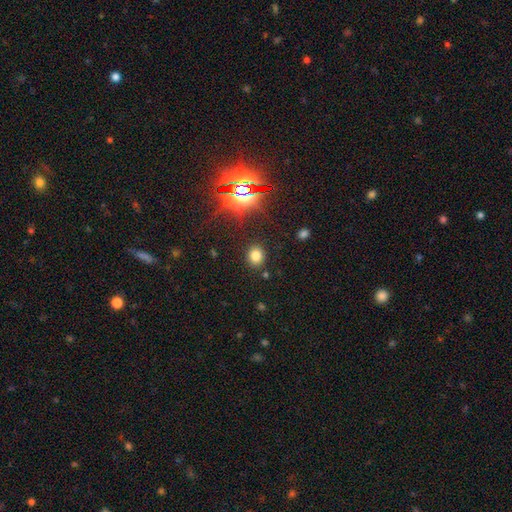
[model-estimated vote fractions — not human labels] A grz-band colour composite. It shows a smooth galaxy with no disk features (74%) that is round (69%). Merging: none (88%).